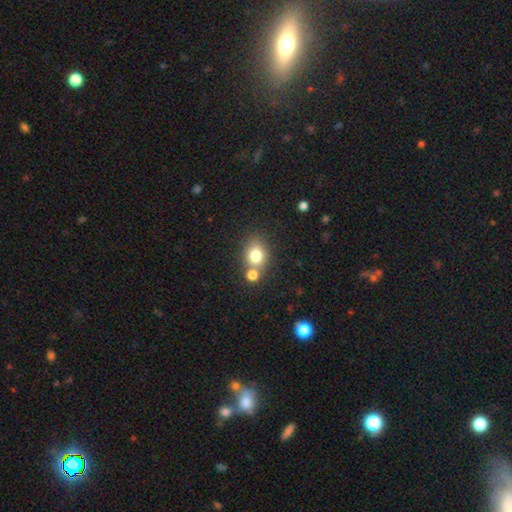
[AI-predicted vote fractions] Smooth or featured: smooth — 77% (star or artifact — 12%)
How rounded: round — 62% (in between — 37%)
Merging: none — 58% (merger — 28%)